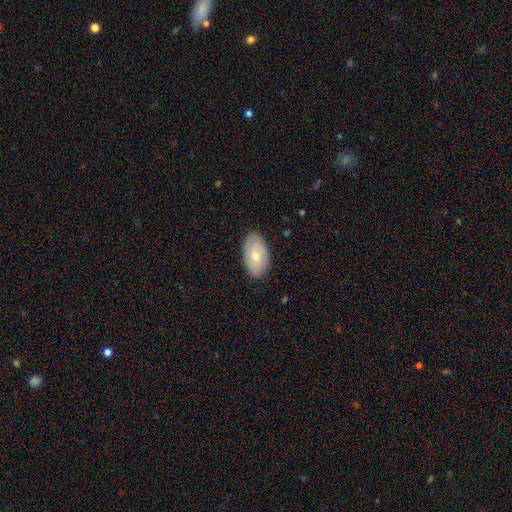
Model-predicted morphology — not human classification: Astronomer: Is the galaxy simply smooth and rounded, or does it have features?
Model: smooth — 70%.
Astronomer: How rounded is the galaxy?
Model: in between — 95%.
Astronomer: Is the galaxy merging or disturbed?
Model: none — 86%.